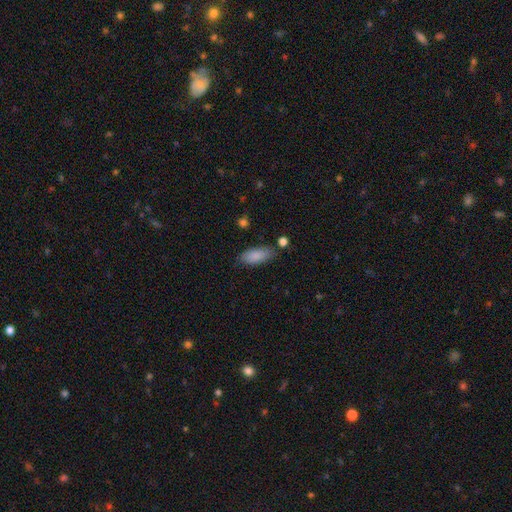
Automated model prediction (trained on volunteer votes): Smooth or featured? Predicted: smooth (p=0.87). How rounded? Predicted: in between (p=0.85). Merging? Predicted: none (p=0.77).